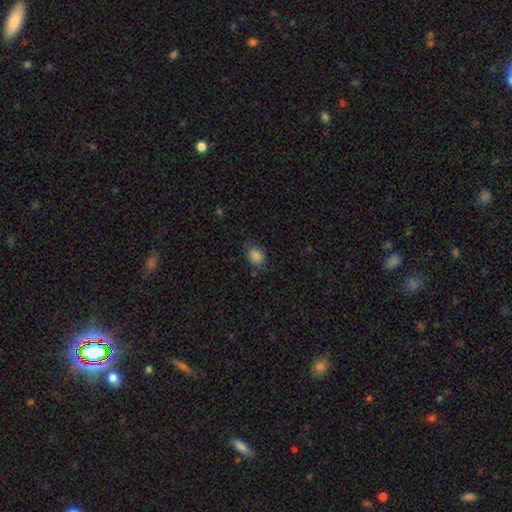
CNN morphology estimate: smooth-or-featured: smooth: 86% | star or artifact: 10% | featured or disk: 5%
  how-rounded: in between: 51% | round: 48% | cigar-shaped: 1%
  merging: none: 74% | minor disturbance: 19% | major disturbance: 5% | merger: 2%